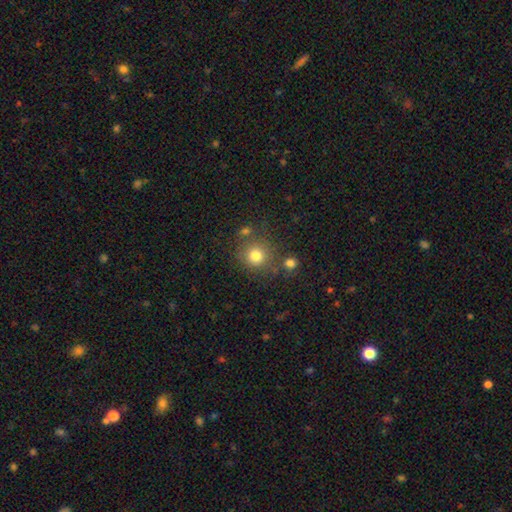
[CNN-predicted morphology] Smooth or featured? Predicted: smooth (p=0.79). How rounded? Predicted: round (p=0.92). Merging? Predicted: none (p=0.75).